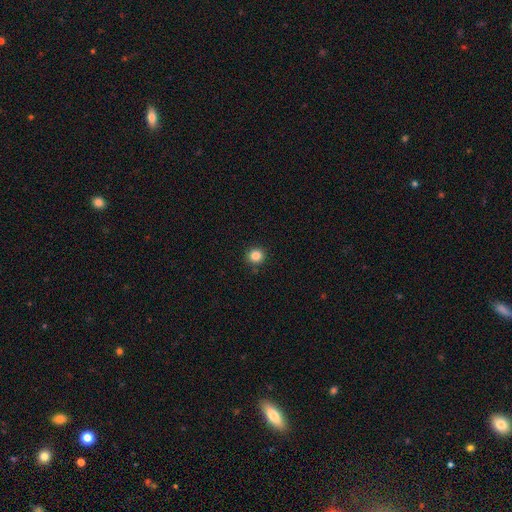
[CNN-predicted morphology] Overall: smooth (84%). How rounded: round (94%). Merging: none (91%).